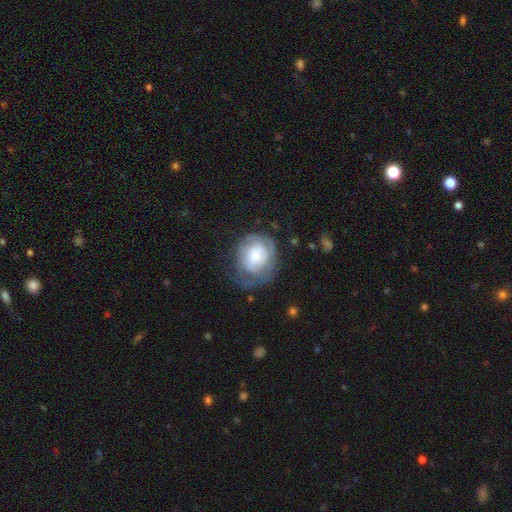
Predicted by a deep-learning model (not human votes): Smooth or featured: featured or disk — 54% (smooth — 39%)
Edge-on disk: no — 97% (yes — 3%)
Bar: no — 77% (weak — 19%)
Spiral arms: yes — 66% (no — 34%)
Bulge size: moderate — 32% (tied with small — 32%)
Merging: none — 50% (minor disturbance — 27%)